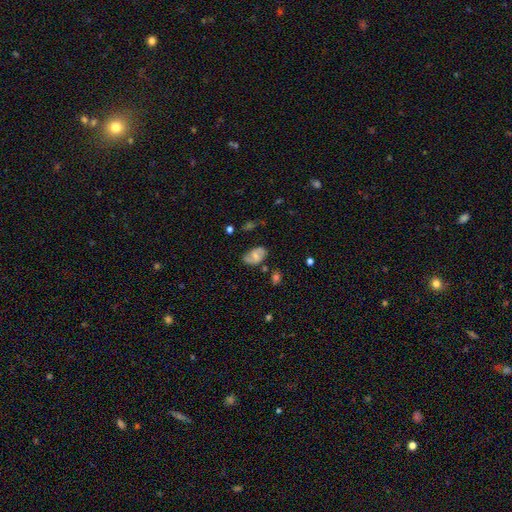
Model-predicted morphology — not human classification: Smooth or featured? featured or disk (50%)
Merging? none (68%)